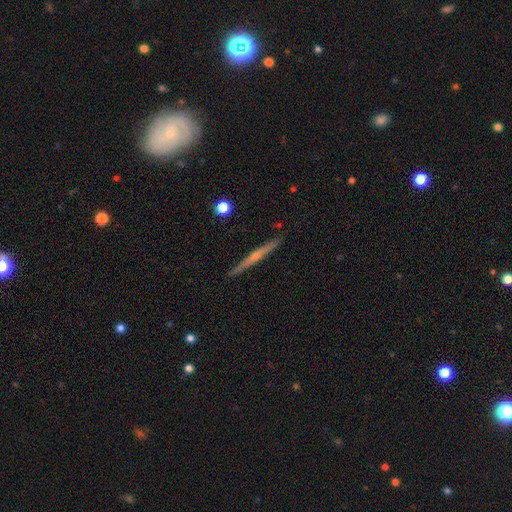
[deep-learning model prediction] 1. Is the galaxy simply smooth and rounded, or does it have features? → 70% featured or disk, 19% smooth, 11% star or artifact.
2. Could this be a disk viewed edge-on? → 93% yes, 7% no.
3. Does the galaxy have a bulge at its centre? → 60% rounded, 29% none, 10% boxy.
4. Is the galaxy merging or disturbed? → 89% none, 8% minor disturbance, 2% major disturbance, 2% merger.